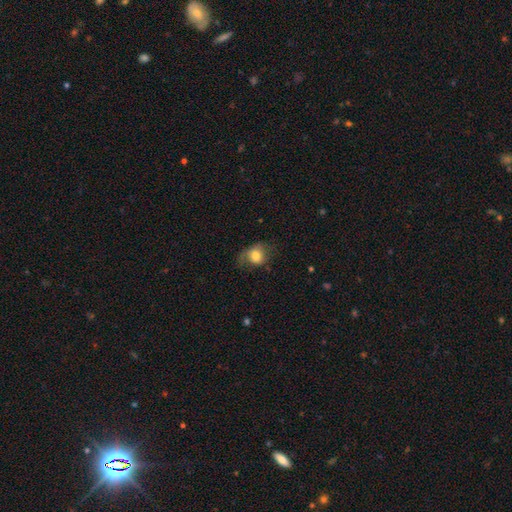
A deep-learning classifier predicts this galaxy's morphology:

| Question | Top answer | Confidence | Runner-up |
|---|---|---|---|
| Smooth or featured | smooth | 70% | featured or disk (21%) |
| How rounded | in between | 54% | round (45%) |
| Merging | none | 44% | minor disturbance (30%) |